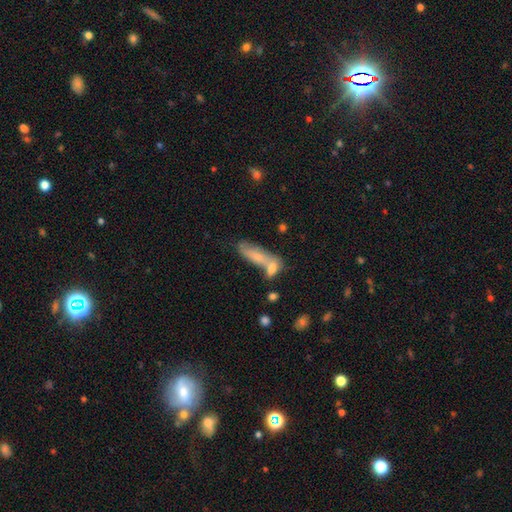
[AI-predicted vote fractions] Smooth or featured? smooth (72%)
How rounded? in between (52%)
Merging? merger (43%)